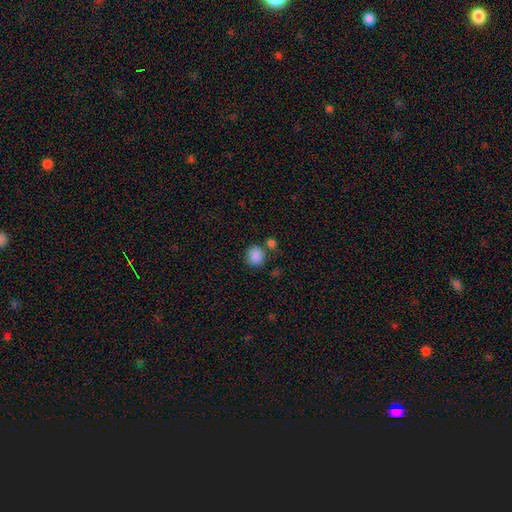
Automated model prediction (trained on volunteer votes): smooth_or_featured: smooth (p=0.87) [alt: star or artifact p=0.09]
how_rounded: round (p=0.80) [alt: in between p=0.19]
merging: none (p=0.70) [alt: merger p=0.13]